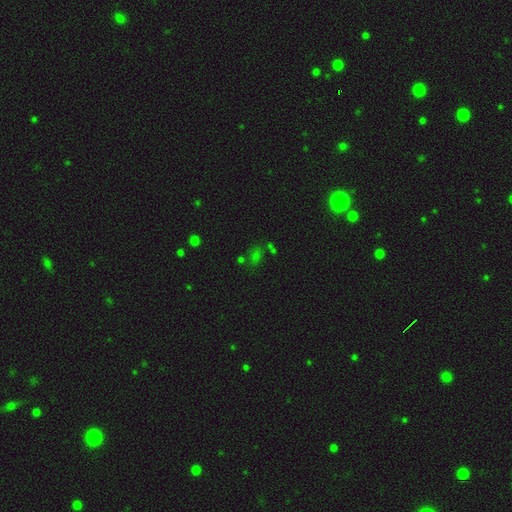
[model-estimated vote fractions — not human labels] Overall: star or artifact (47%; smooth 43%).